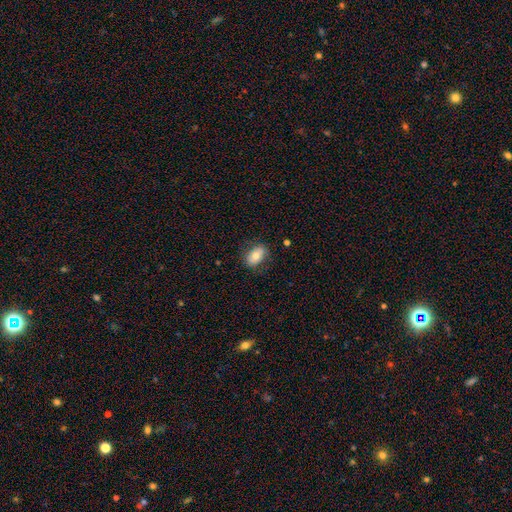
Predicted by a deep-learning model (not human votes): Smooth or featured? smooth (74%)
How rounded? in between (88%)
Merging? none (80%)